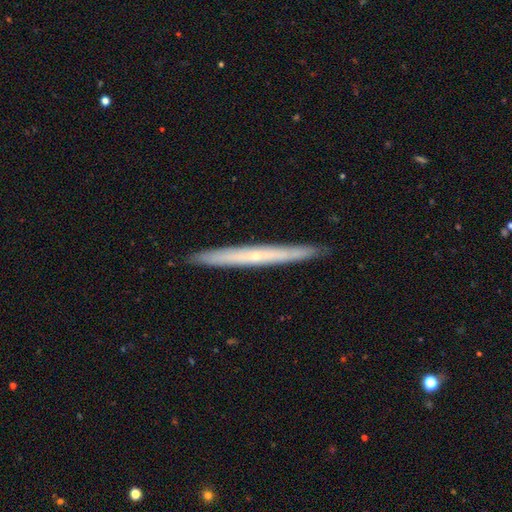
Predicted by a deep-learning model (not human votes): Morphology: type=featured or disk (62%); edge-on=yes (94%); edge-on bulge=none (60%); merging=none (92%).